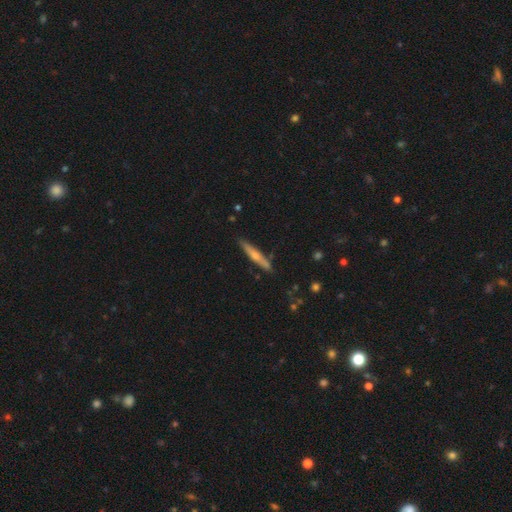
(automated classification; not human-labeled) A featured or disk galaxy (49%).

Vote fractions:
- Smooth or featured? featured or disk: 49% / smooth: 46% / star or artifact: 6%
- Merging? none: 84% / minor disturbance: 11% / merger: 3% / major disturbance: 2%